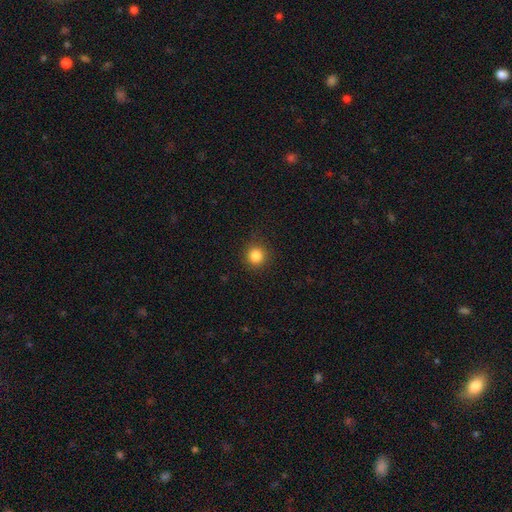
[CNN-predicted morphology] The model was most divided on "smooth or featured": smooth: 85%, star or artifact: 11%, featured or disk: 4%. More confident: how rounded — round (94%); merging — none (91%).